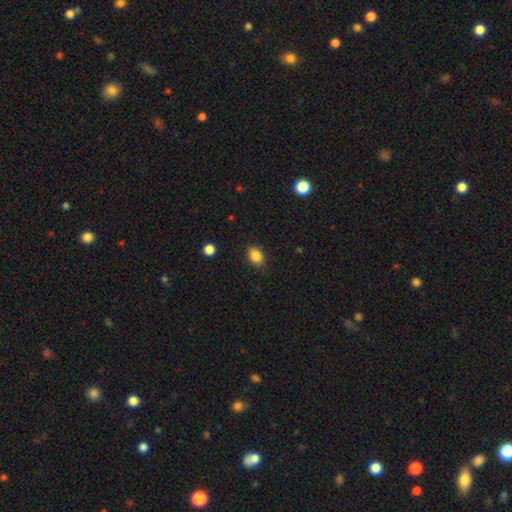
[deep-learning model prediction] Morphology: type=smooth (87%); roundness=in between (79%); merging=none (85%).